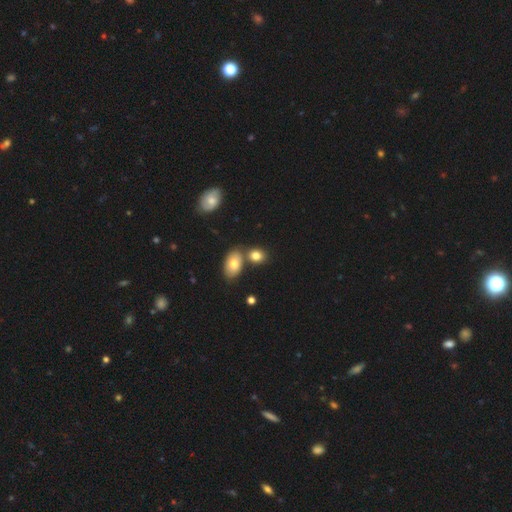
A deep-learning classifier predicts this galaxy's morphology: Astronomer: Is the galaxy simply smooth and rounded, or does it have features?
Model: smooth — 79%.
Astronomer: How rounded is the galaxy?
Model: in between — 65%.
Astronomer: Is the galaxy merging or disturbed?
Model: none — 59%.